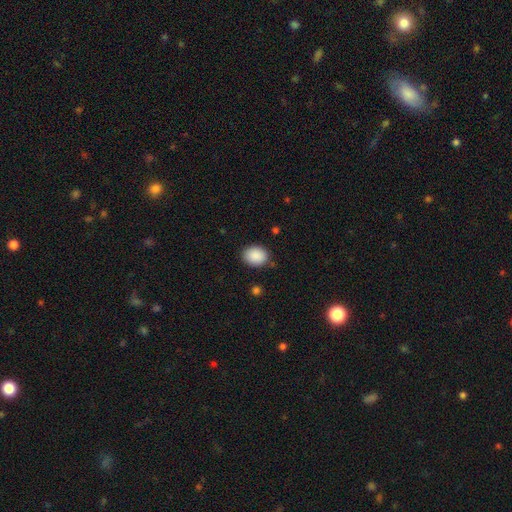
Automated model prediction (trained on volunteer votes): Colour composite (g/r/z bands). It shows a smooth galaxy with no disk features (90%) that is in between round and cigar-shaped (55%). Merging: none (84%).